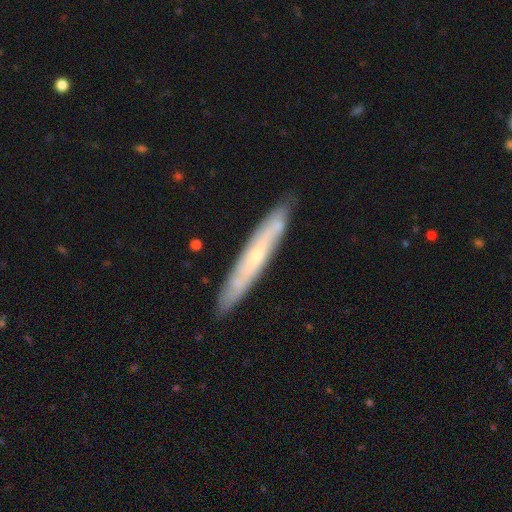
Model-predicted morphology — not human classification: type=featured or disk (61%); edge-on=yes (70%); merging=none (86%).